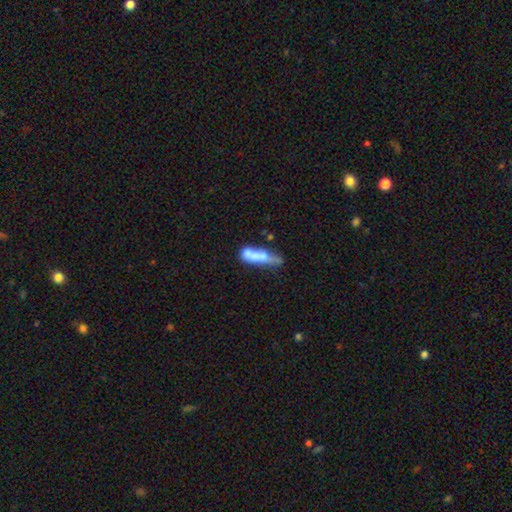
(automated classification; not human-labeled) This is likely a smooth galaxy (64%). How rounded: likely cigar-shaped (65%). Merging: marginally none (33%).